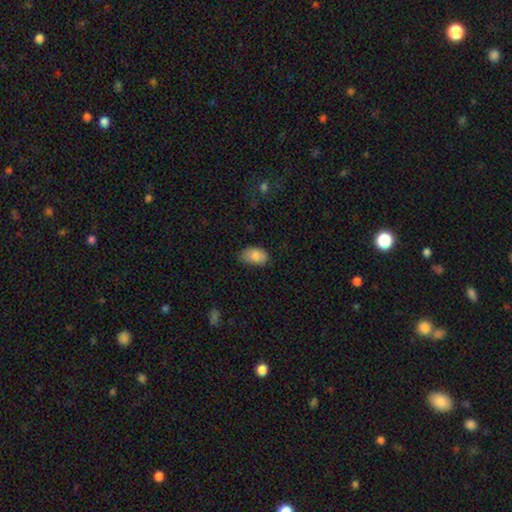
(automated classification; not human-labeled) Smooth or featured? smooth (85%)
How rounded? in between (91%)
Merging? none (68%)